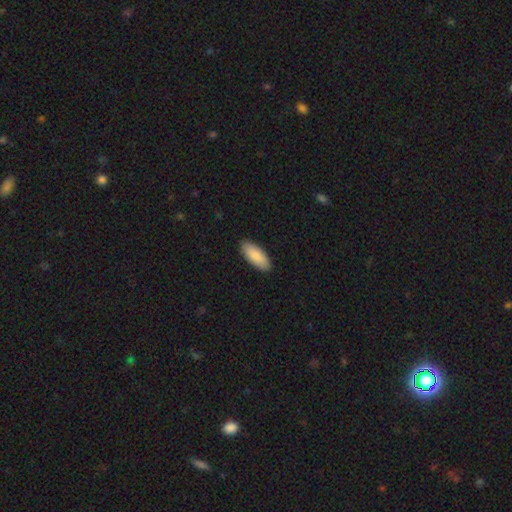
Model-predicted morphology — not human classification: smooth-or-featured: smooth: 88% | featured or disk: 7% | star or artifact: 5%
  how-rounded: in between: 83% | cigar-shaped: 16% | round: 2%
  merging: none: 90% | minor disturbance: 8% | major disturbance: 2% | merger: 1%